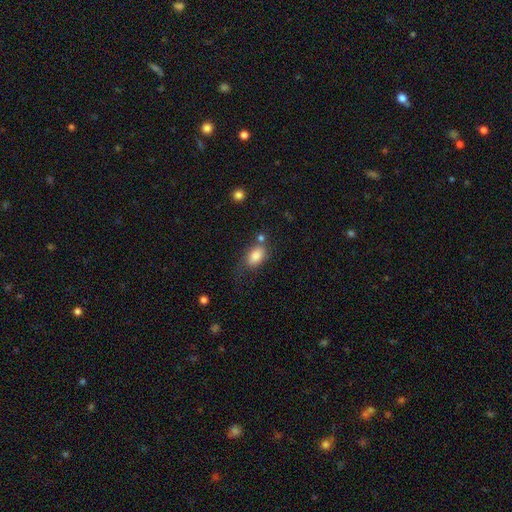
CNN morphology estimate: A smooth galaxy with no disk features (83%) that is in between round and cigar-shaped (87%). Merging: none (57%).